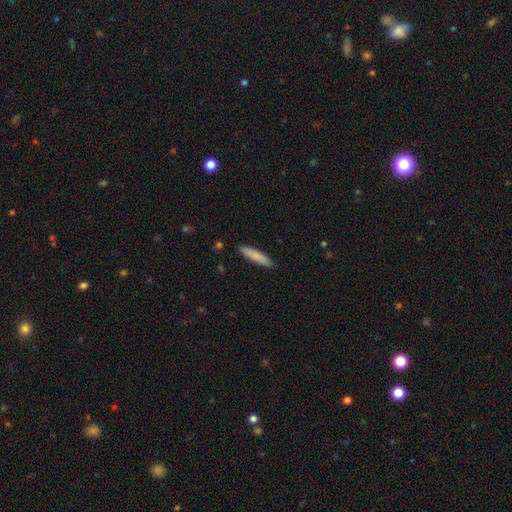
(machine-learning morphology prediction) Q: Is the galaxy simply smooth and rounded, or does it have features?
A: smooth — 82%.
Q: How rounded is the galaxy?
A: cigar-shaped — 87%.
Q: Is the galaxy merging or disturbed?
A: none — 90%.